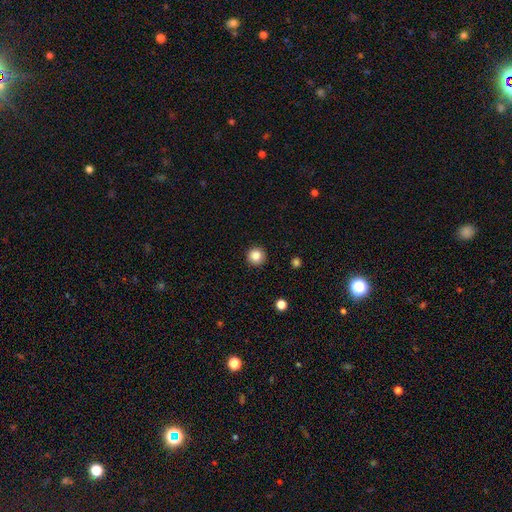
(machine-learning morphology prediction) Q: Smooth or featured?
A: smooth (87%); runner-up: star or artifact (10%)
Q: How rounded?
A: round (96%); runner-up: in between (3%)
Q: Merging?
A: none (92%); runner-up: minor disturbance (5%)